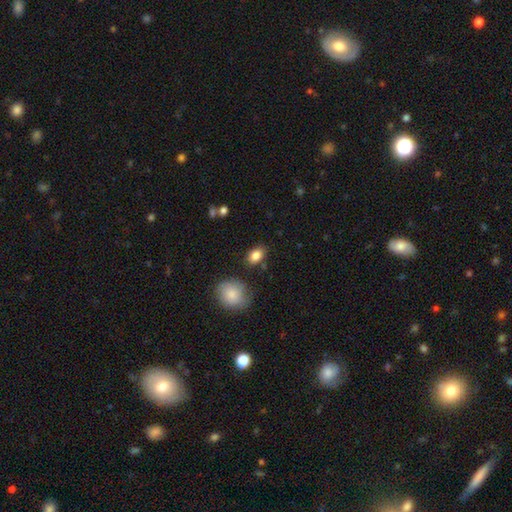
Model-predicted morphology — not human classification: Smooth or featured?
  - smooth: 85% *
  - star or artifact: 9%
  - featured or disk: 6%
How rounded?
  - in between: 77% *
  - round: 21%
  - cigar-shaped: 2%
Merging?
  - none: 82% *
  - minor disturbance: 12%
  - merger: 3%
  - major disturbance: 3%